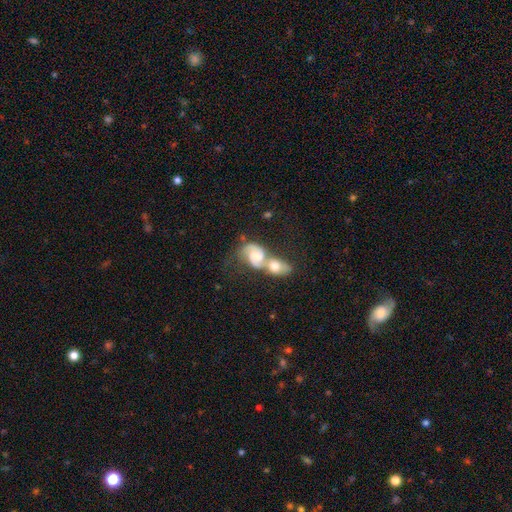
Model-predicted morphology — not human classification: This is likely a featured or disk galaxy (70%). It is clearly not viewed edge-on (97%). Bar: possibly no (57%). Spiral arm pattern: clearly yes (91%). Spiral arm count: clearly 2 (82%). Spiral winding: possibly medium (51%). Central bulge: possibly moderate (45%). Merging: likely merger (74%).